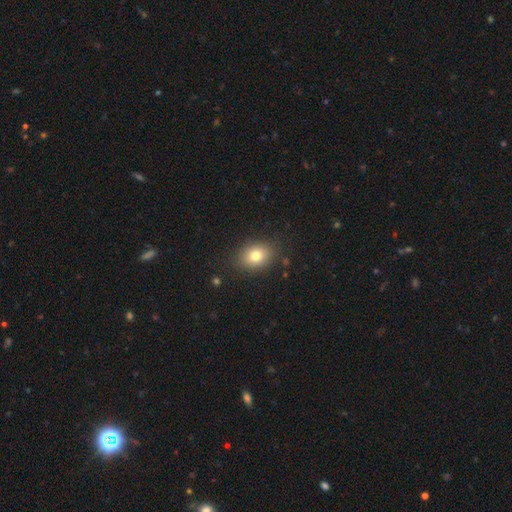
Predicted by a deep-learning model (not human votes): This appears to be a smooth galaxy with no disk features (78%) that is in between round and cigar-shaped (62%). Merging: none (85%).